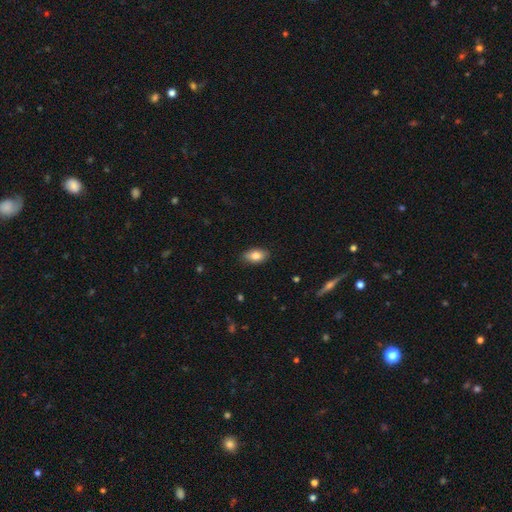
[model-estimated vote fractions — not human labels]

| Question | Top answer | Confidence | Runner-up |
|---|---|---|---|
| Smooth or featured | smooth | 80% | featured or disk (12%) |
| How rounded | in between | 91% | round (6%) |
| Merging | none | 86% | minor disturbance (11%) |